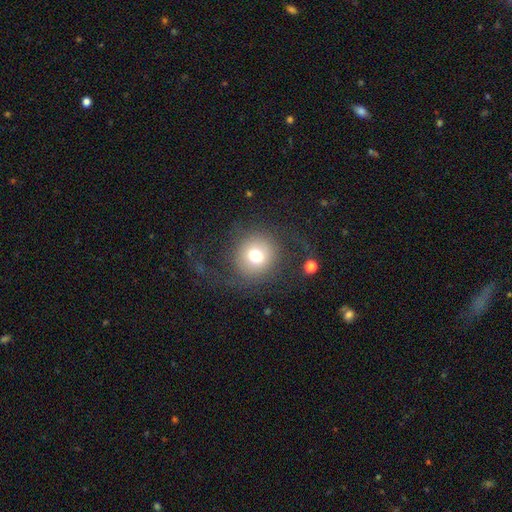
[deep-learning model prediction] A smooth galaxy with no disk features (66%) that is round (90%).

Vote fractions:
- Smooth or featured? smooth: 66% / featured or disk: 22% / star or artifact: 12%
- How rounded? round: 90% / in between: 9% / cigar-shaped: 1%
- Merging? none: 65% / major disturbance: 21% / minor disturbance: 11% / merger: 2%